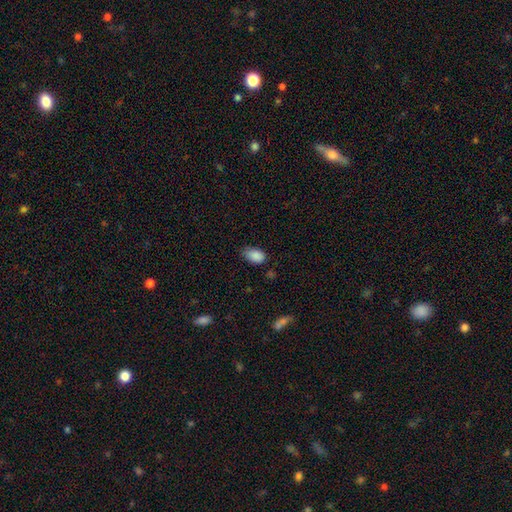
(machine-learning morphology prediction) Overall: smooth (87%). How rounded: in between (90%). Merging: none (60%; minor disturbance 32%).